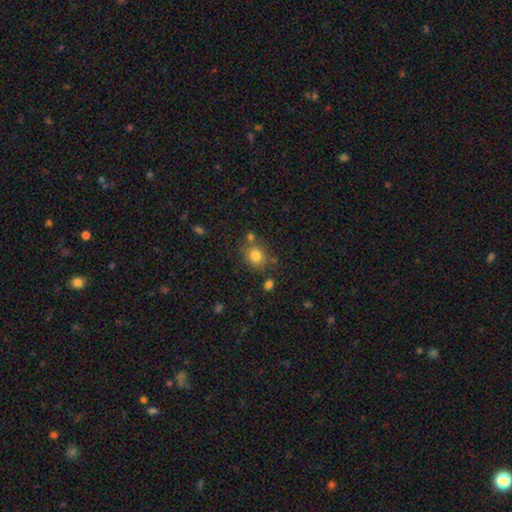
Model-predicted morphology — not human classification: A smooth galaxy with no disk features (80%) that is round (70%). Merging: none (72%).